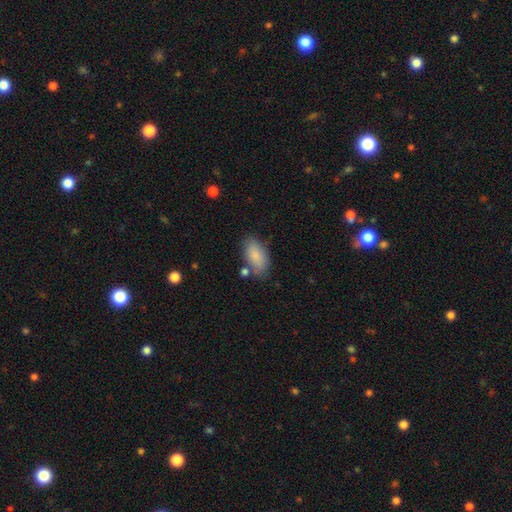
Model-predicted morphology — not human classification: This appears to be a smooth galaxy with no disk features (85%) that is in between round and cigar-shaped (93%). Merging: none (72%).